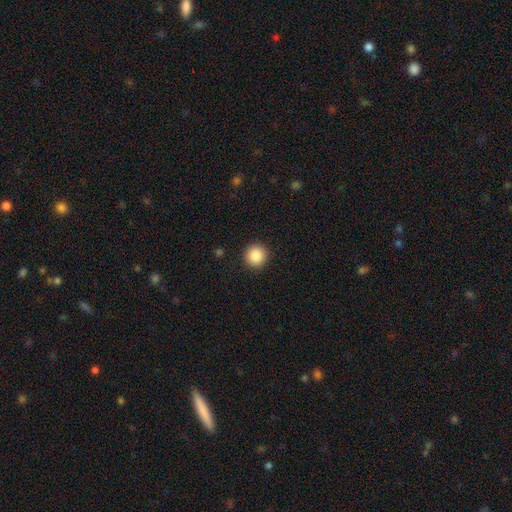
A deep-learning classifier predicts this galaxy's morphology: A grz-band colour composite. It shows a smooth galaxy with no disk features (88%) that is round (94%). Merging: none (92%).